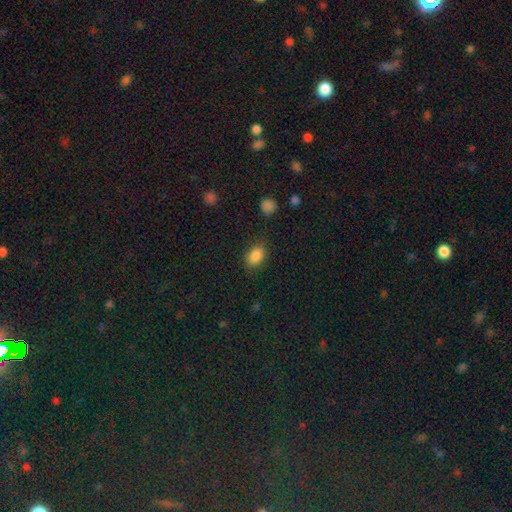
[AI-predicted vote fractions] smooth-or-featured: smooth: 86% | star or artifact: 9% | featured or disk: 4%
  how-rounded: in between: 83% | round: 16% | cigar-shaped: 1%
  merging: none: 81% | minor disturbance: 14% | major disturbance: 4% | merger: 2%